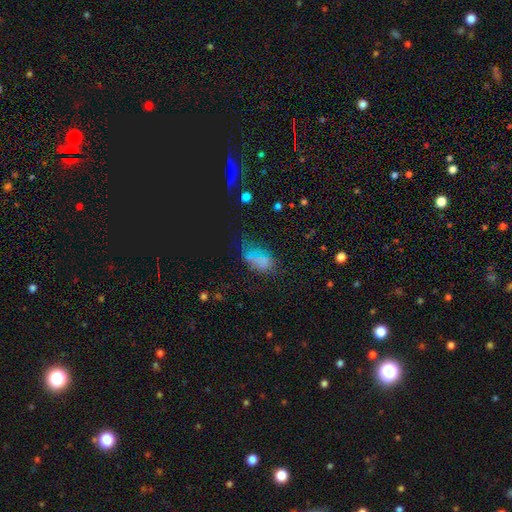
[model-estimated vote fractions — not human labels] Overall: smooth (53%; star or artifact 27%). How rounded: in between (84%). Merging: none (37%; minor disturbance 28%).